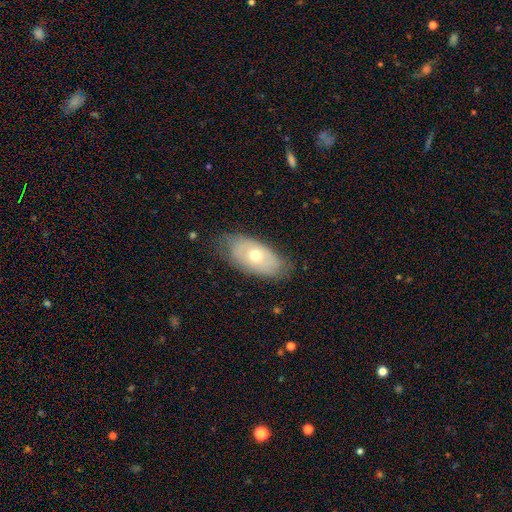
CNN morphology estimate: Smooth or featured? smooth (52%)
How rounded? in between (91%)
Merging? none (71%)